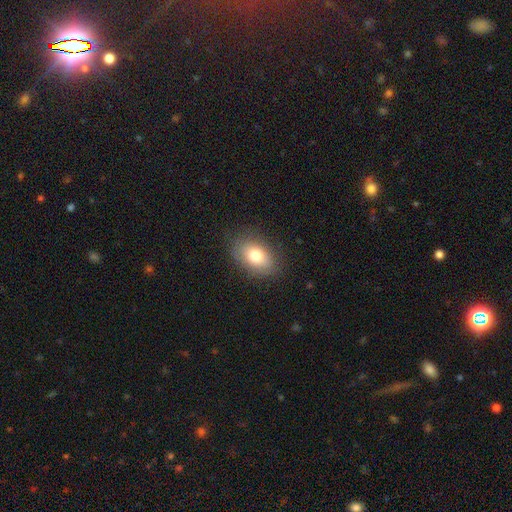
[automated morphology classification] Smooth or featured? Predicted: smooth (p=0.78). How rounded? Predicted: in between (p=0.84). Merging? Predicted: none (p=0.82).